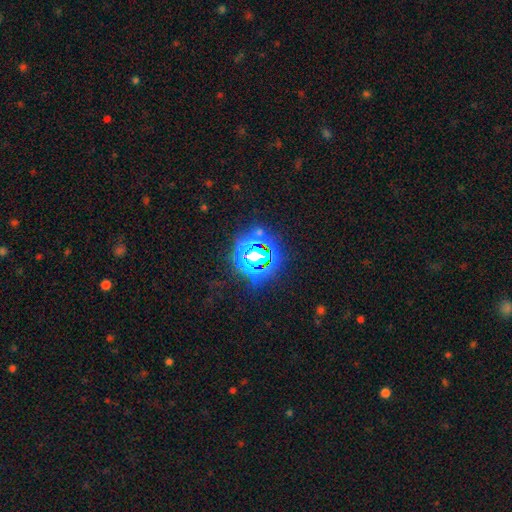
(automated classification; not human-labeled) smooth-or-featured: star or artifact: 58% | smooth: 29% | featured or disk: 14%